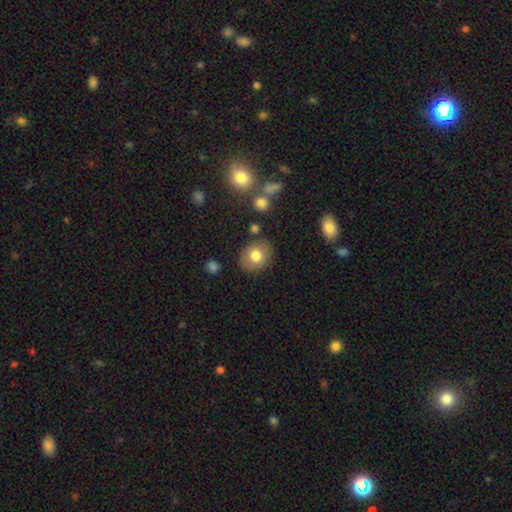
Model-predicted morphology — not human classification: smooth_or_featured: smooth (p=0.78) [alt: featured or disk p=0.13]
how_rounded: round (p=0.64) [alt: in between p=0.35]
merging: none (p=0.81) [alt: minor disturbance p=0.12]